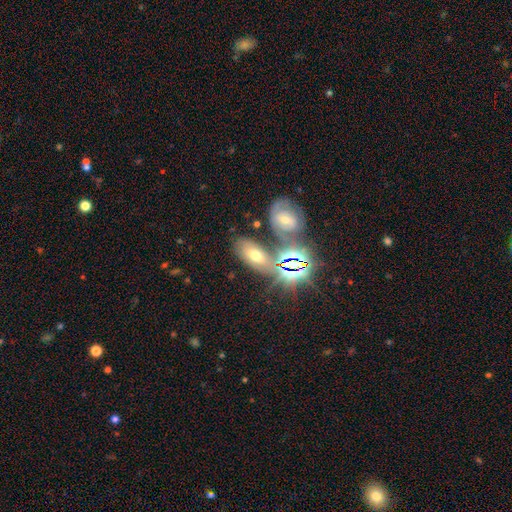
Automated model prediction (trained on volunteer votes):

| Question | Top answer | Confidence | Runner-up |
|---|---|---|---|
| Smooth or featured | smooth | 44% | star or artifact (29%) |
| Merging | none | 56% | merger (19%) |